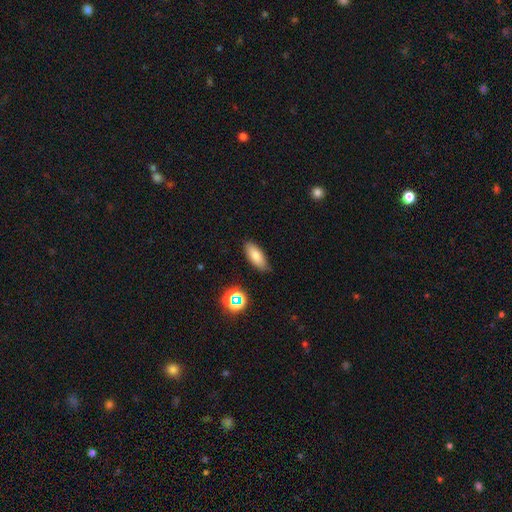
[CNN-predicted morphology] This appears to be a smooth galaxy with no disk features (79%) that is in between round and cigar-shaped (80%). Merging: none (80%).